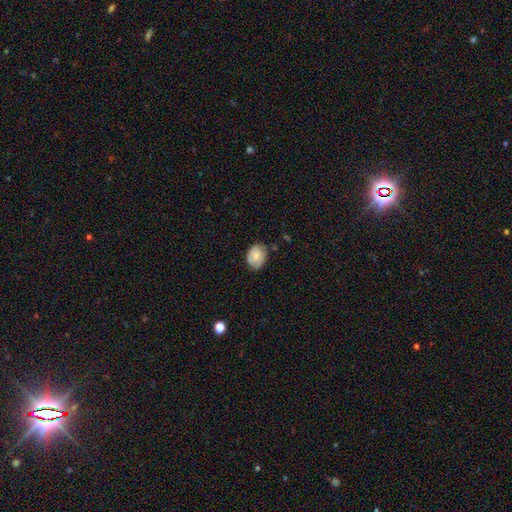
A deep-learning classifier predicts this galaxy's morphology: Smooth or featured?
  - smooth: 76% *
  - featured or disk: 17%
  - star or artifact: 7%
How rounded?
  - in between: 64% *
  - round: 35%
  - cigar-shaped: 1%
Merging?
  - none: 69% *
  - minor disturbance: 25%
  - major disturbance: 4%
  - merger: 2%